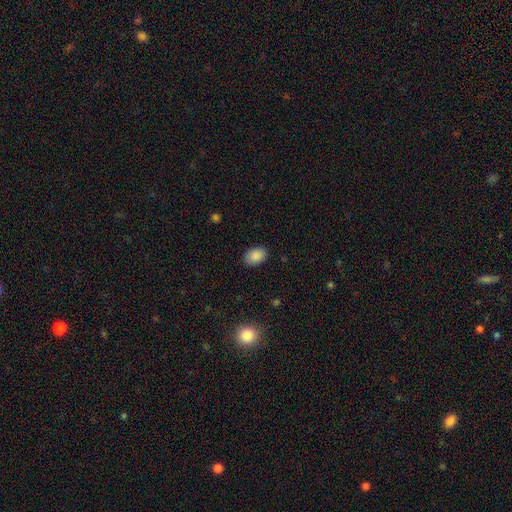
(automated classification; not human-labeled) A smooth galaxy with no disk features (88%) that is in between round and cigar-shaped (85%).

Vote fractions:
- Smooth or featured? smooth: 88% / star or artifact: 8% / featured or disk: 4%
- How rounded? in between: 85% / round: 14% / cigar-shaped: 1%
- Merging? none: 87% / minor disturbance: 9% / major disturbance: 2% / merger: 1%